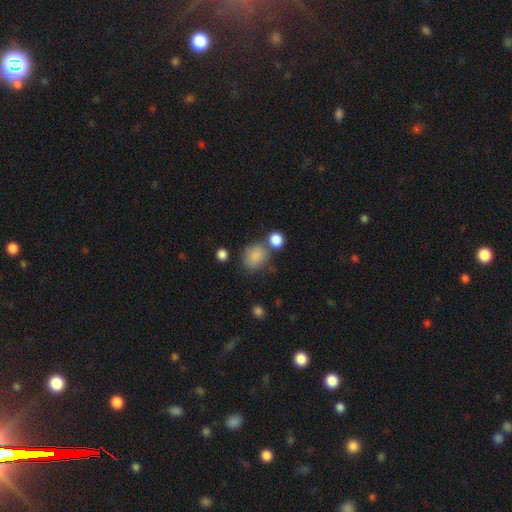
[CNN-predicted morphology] Overall: smooth (85%). How rounded: round (63%; in between 36%). Merging: none (61%).